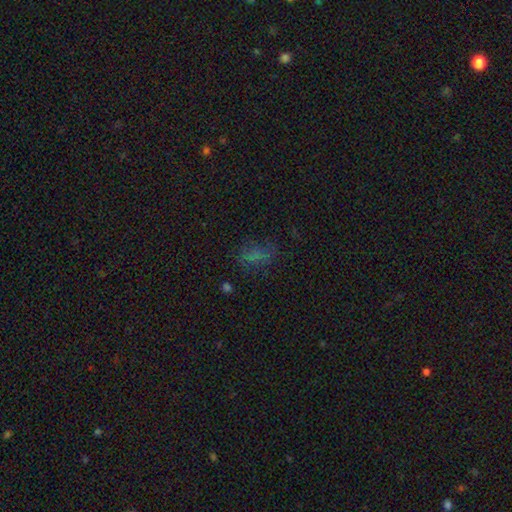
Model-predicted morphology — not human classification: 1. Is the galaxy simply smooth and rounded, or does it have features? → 58% smooth, 26% star or artifact, 16% featured or disk.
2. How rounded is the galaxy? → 82% in between, 13% round, 5% cigar-shaped.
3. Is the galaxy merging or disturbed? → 58% none, 23% minor disturbance, 16% major disturbance, 3% merger.